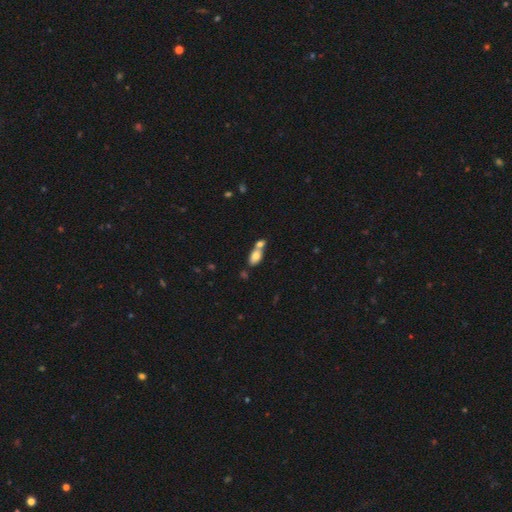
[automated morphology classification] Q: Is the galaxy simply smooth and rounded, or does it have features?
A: smooth — 77%.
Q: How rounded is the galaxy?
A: in between — 88%.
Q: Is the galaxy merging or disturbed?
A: merger — 51%.